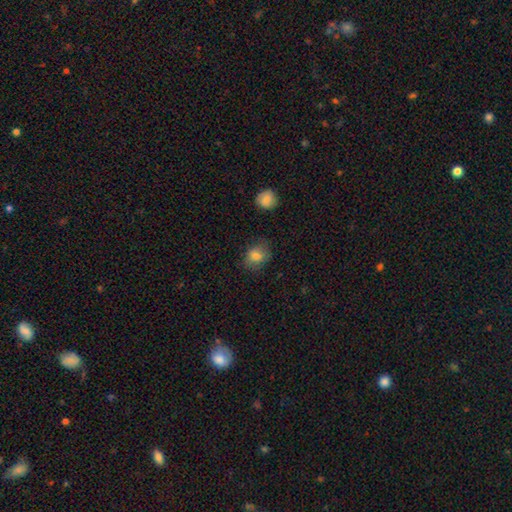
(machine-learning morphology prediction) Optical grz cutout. It shows a smooth galaxy with no disk features (83%) that is in between round and cigar-shaped (52%). Merging: none (75%).